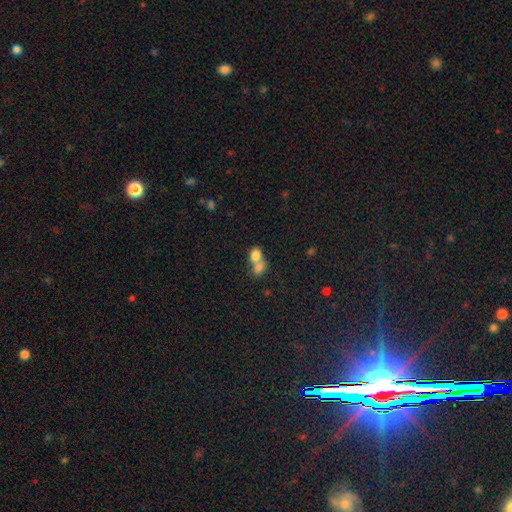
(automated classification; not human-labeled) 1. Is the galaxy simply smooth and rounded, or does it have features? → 78% smooth, 13% featured or disk, 10% star or artifact.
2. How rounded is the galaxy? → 56% in between, 43% round, 1% cigar-shaped.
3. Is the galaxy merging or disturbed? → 71% merger, 20% none, 6% minor disturbance, 3% major disturbance.